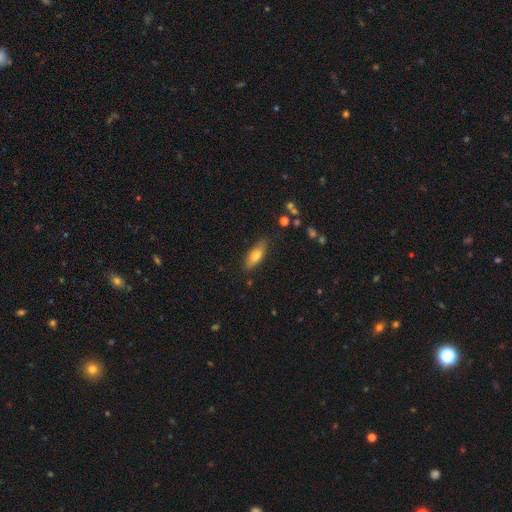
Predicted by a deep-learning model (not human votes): Smooth or featured? Predicted: smooth (p=0.68). How rounded? Predicted: in between (p=0.62). Merging? Predicted: none (p=0.84).